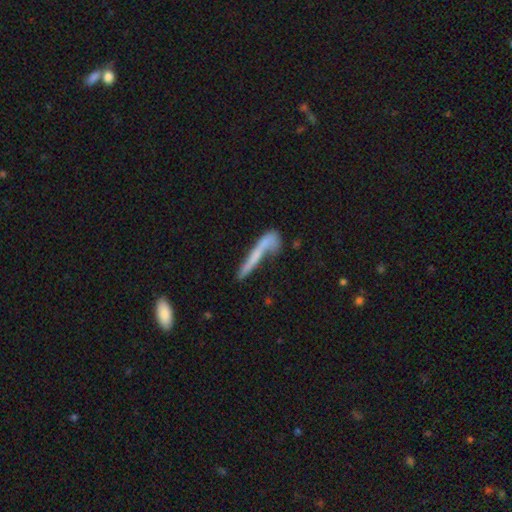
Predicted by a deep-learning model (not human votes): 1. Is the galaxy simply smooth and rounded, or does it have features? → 48% smooth, 42% featured or disk, 10% star or artifact.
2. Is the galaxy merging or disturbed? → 41% none, 21% merger, 20% minor disturbance, 19% major disturbance.